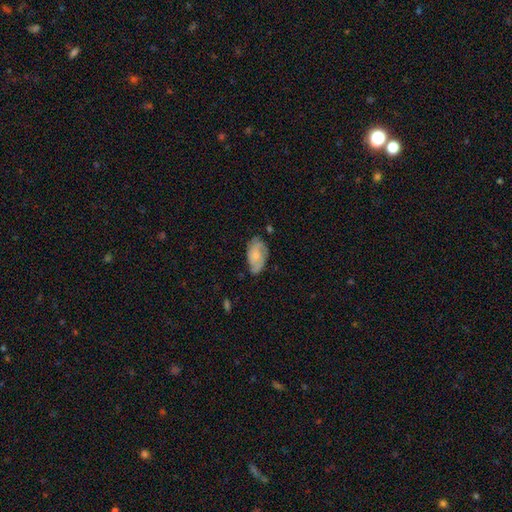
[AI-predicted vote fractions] Overall: featured or disk (51%; smooth 42%). Edge-on disk: no (95%). Merging: none (63%; minor disturbance 28%).